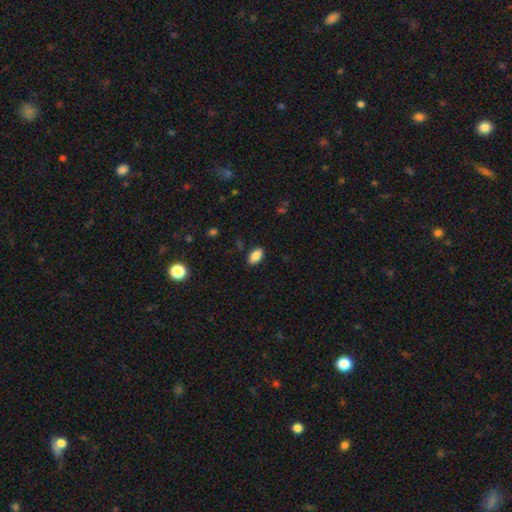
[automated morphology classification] This appears to be a smooth galaxy with no disk features (87%) that is in between round and cigar-shaped (92%). Merging: none (87%).